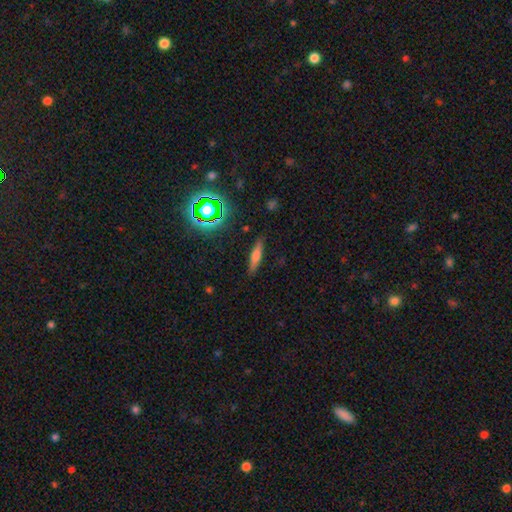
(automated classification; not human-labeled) Smooth or featured? smooth (62%)
How rounded? cigar-shaped (79%)
Merging? none (85%)